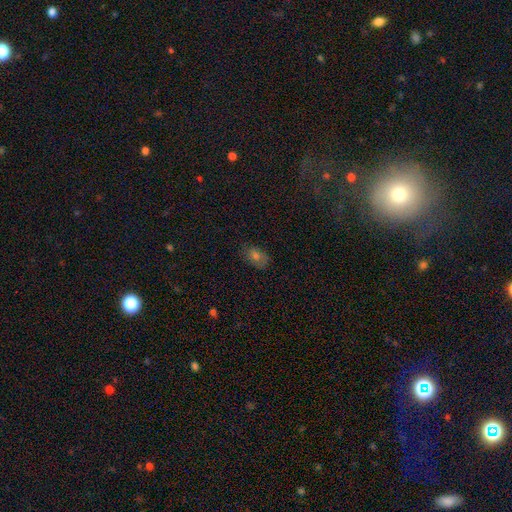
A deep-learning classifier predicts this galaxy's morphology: Smooth or featured: smooth — 62% (featured or disk — 19%)
How rounded: in between — 81% (round — 17%)
Merging: none — 77% (minor disturbance — 17%)